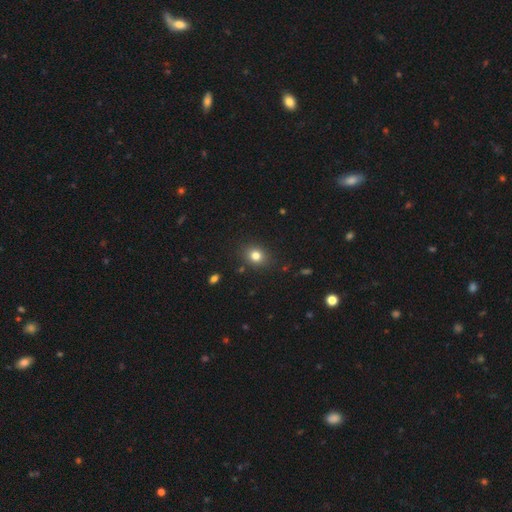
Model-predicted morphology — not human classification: Smooth or featured? smooth (79%)
How rounded? round (57%)
Merging? none (86%)